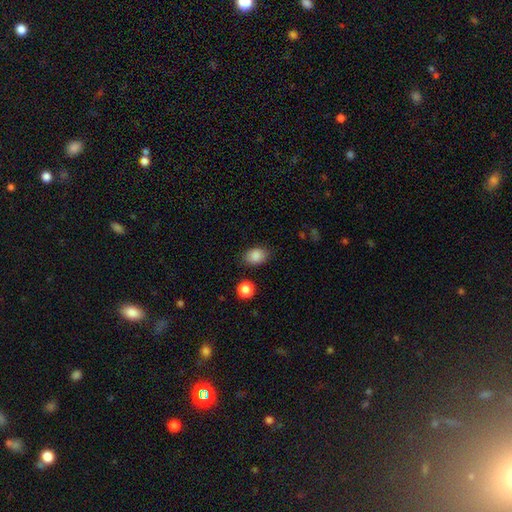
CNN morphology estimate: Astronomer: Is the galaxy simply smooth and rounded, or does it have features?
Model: smooth — 88%.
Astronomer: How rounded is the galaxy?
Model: in between — 71%.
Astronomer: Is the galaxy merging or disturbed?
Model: none — 82%.